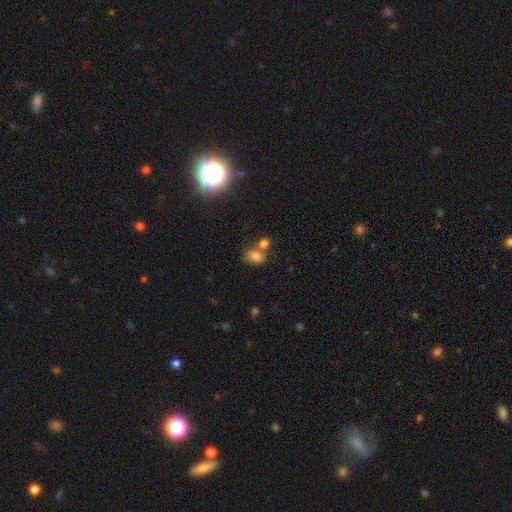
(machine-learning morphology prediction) A smooth galaxy with no disk features (74%) that is in between round and cigar-shaped (65%).

Vote fractions:
- Smooth or featured? smooth: 74% / star or artifact: 14% / featured or disk: 12%
- How rounded? in between: 65% / round: 34% / cigar-shaped: 1%
- Merging? merger: 44% / none: 40% / minor disturbance: 11% / major disturbance: 5%